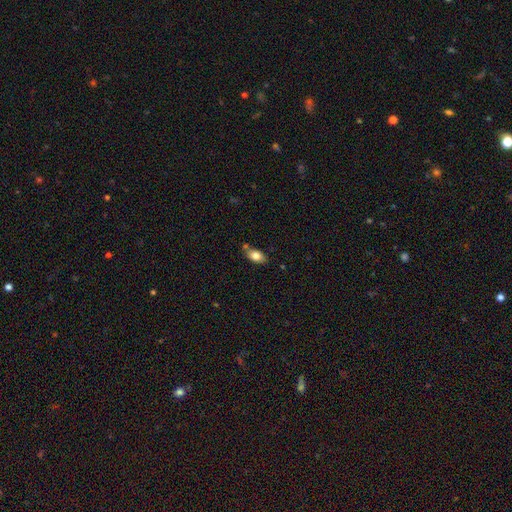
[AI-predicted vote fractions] A smooth galaxy with no disk features (79%) that is in between round and cigar-shaped (89%). Merging: none (68%).